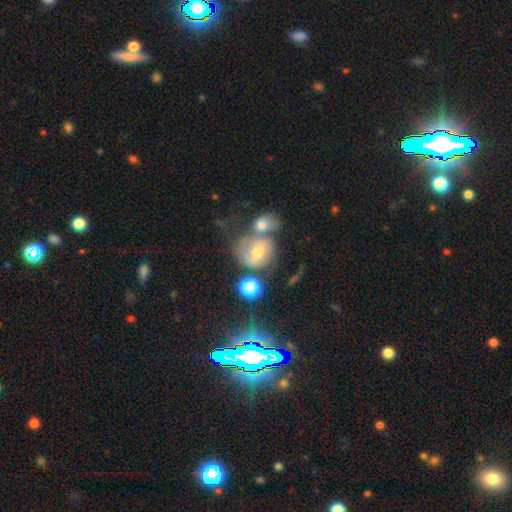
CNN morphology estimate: A featured or disk galaxy (53%) with no bar (60%), spiral arms (74%) and a moderate central bulge (54%).

Vote fractions:
- Smooth or featured? featured or disk: 53% / star or artifact: 27% / smooth: 20%
- Edge-on disk? no: 95% / yes: 5%
- Bar? no: 60% / weak: 28% / strong: 12%
- Spiral arms? yes: 74% / no: 26%
- Bulge size? moderate: 54% / small: 39% / large: 3% / none: 2% / dominant: 2%
- Merging? none: 39% (tied) / merger: 39% (tied) / minor disturbance: 13% / major disturbance: 10%